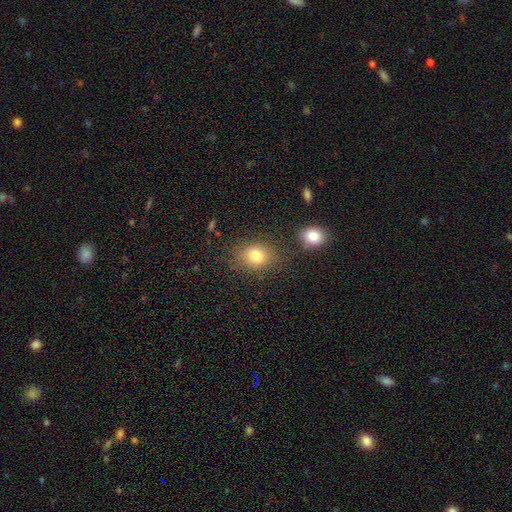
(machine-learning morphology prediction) smooth-or-featured: smooth: 81% | star or artifact: 11% | featured or disk: 8%
  how-rounded: round: 52% | in between: 47% | cigar-shaped: 1%
  merging: none: 74% | minor disturbance: 14% | merger: 8% | major disturbance: 5%